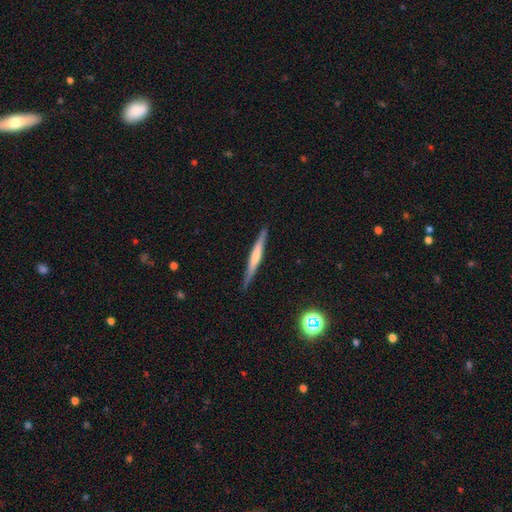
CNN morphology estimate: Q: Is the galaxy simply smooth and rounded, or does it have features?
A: featured or disk — 52%.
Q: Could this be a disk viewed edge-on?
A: yes — 97%.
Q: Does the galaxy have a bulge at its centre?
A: none — 44%.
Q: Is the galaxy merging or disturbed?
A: none — 88%.